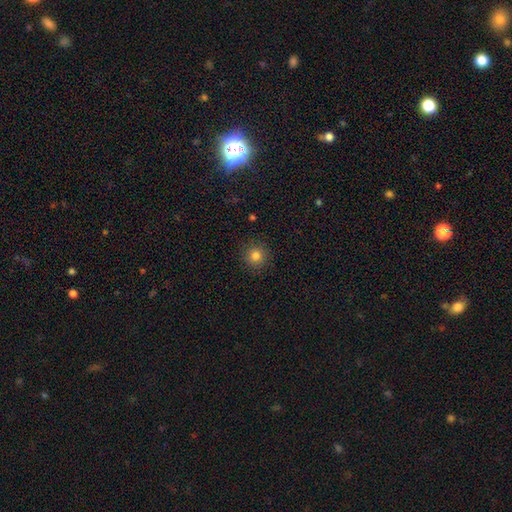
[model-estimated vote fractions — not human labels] Smooth or featured: smooth — 81% (star or artifact — 13%)
How rounded: round — 95% (in between — 4%)
Merging: none — 91% (minor disturbance — 6%)